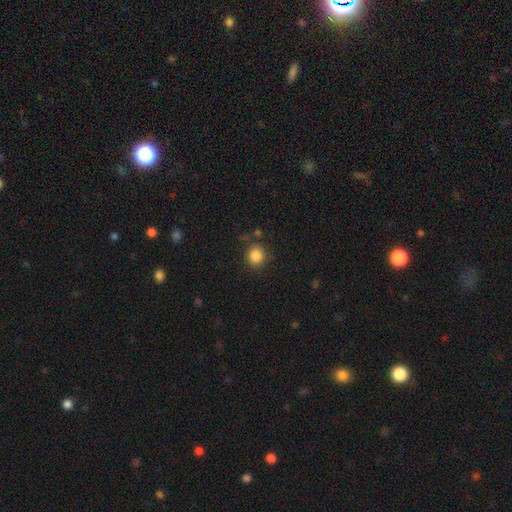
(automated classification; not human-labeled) A smooth galaxy with no disk features (85%) that is round (80%). Merging: none (80%).